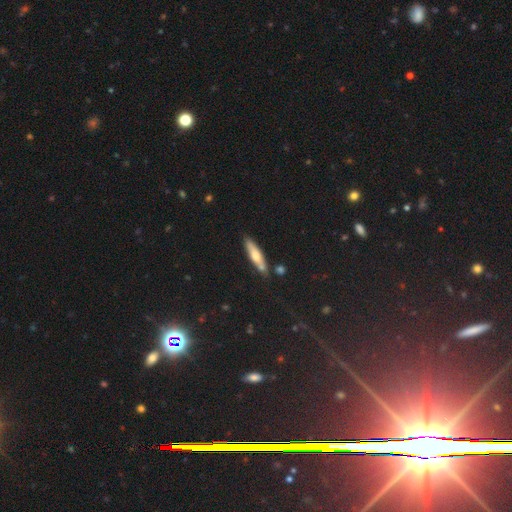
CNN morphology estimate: A smooth galaxy with no disk features (58%) that is cigar-shaped (78%). Merging: none (74%).